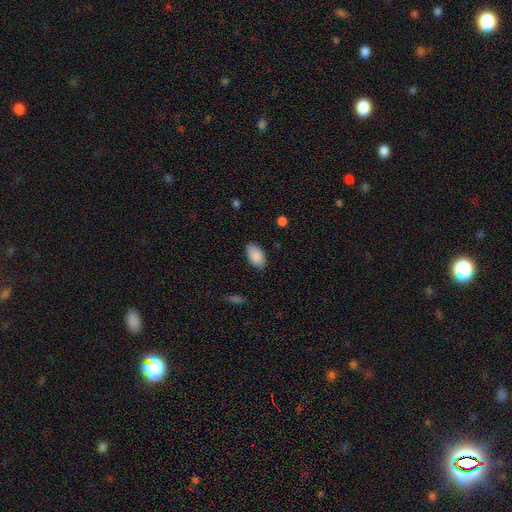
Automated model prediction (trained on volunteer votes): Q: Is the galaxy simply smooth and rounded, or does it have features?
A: smooth — 90%.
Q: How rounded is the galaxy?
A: in between — 95%.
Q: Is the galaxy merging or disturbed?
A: none — 86%.